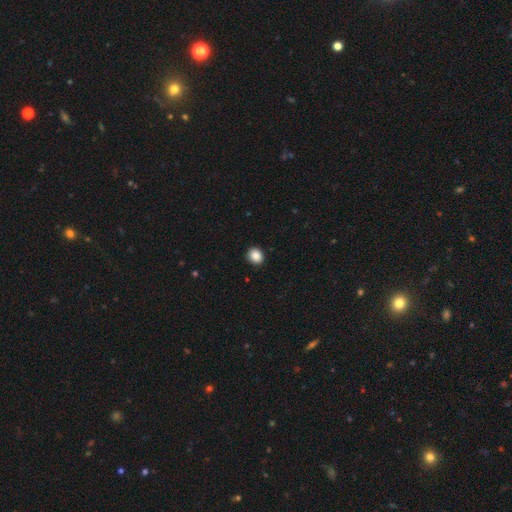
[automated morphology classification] The model was most divided on "how rounded": round: 67%, in between: 32%, cigar-shaped: 1%. More confident: merging — none (91%); smooth or featured — smooth (88%).